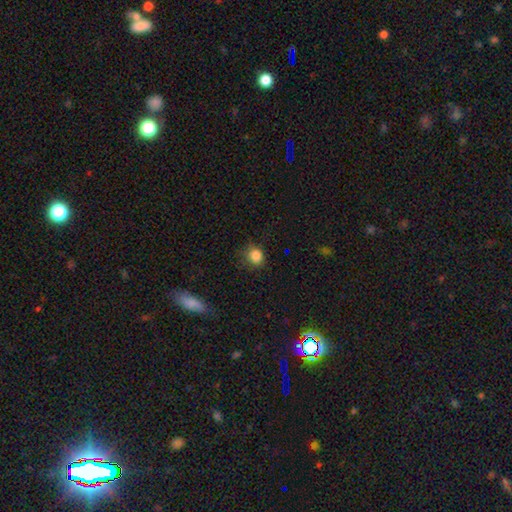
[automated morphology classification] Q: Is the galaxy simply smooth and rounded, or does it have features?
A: smooth — 84%.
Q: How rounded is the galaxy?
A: round — 74%.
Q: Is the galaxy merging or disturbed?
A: none — 76%.